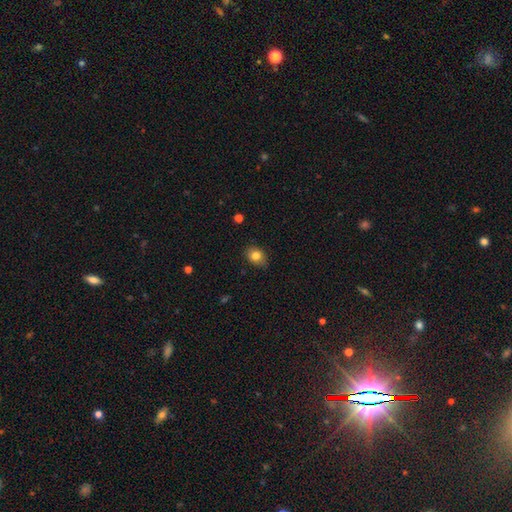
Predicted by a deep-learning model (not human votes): Smooth or featured? Predicted: smooth (p=0.82). How rounded? Predicted: in between (p=0.61). Merging? Predicted: none (p=0.80).